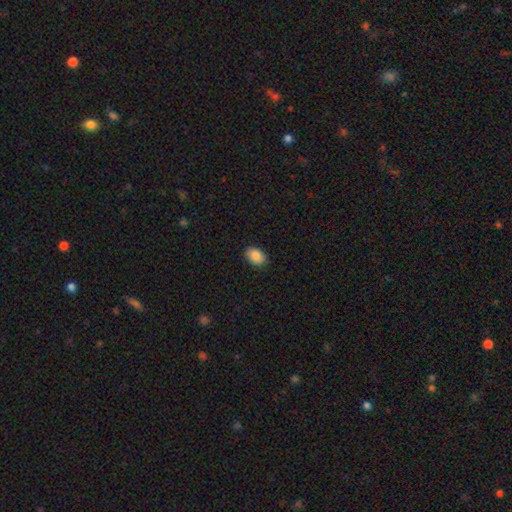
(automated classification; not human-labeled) A smooth galaxy with no disk features (88%) that is in between round and cigar-shaped (80%).

Vote fractions:
- Smooth or featured? smooth: 88% / star or artifact: 7% / featured or disk: 5%
- How rounded? in between: 80% / round: 19% / cigar-shaped: 1%
- Merging? none: 89% / minor disturbance: 9% / major disturbance: 2% / merger: 1%